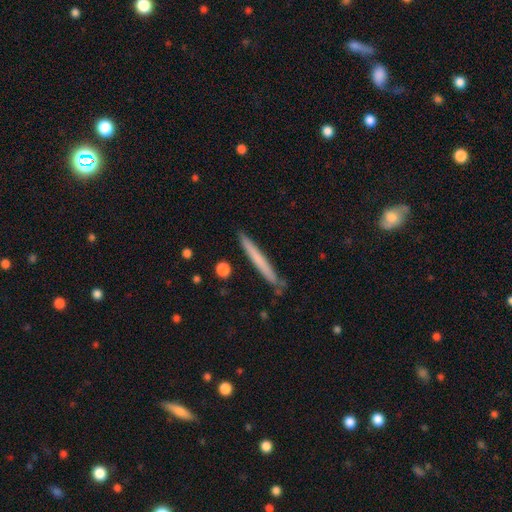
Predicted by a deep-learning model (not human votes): smooth_or_featured: smooth (p=0.64) [alt: featured or disk p=0.30]
how_rounded: cigar-shaped (p=0.97) [alt: in between p=0.02]
merging: none (p=0.85) [alt: minor disturbance p=0.11]